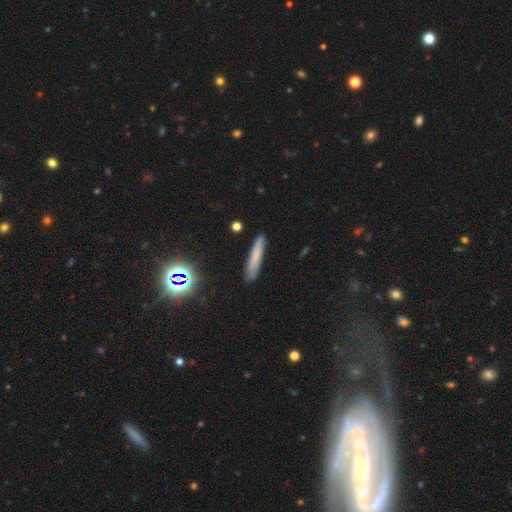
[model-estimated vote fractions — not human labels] Smooth or featured? smooth (69%)
How rounded? cigar-shaped (91%)
Merging? none (82%)